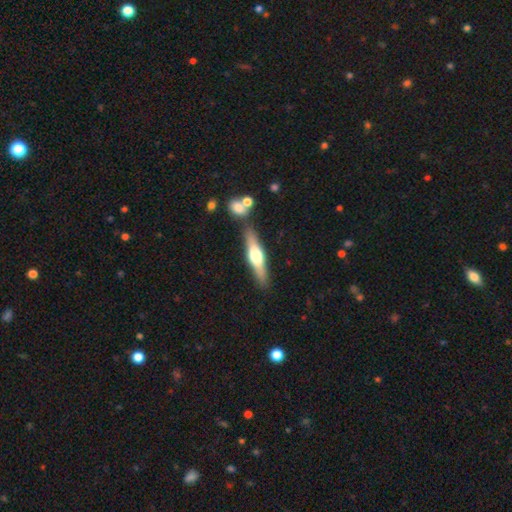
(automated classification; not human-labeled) A featured or disk galaxy (58%) viewed edge-on (93%) with a rounded central bulge (92%).

Vote fractions:
- Smooth or featured? featured or disk: 58% / smooth: 36% / star or artifact: 5%
- Edge-on disk? yes: 93% / no: 7%
- Edge-on bulge? rounded: 92% / boxy: 5% / none: 3%
- Merging? none: 81% / minor disturbance: 10% / merger: 7% / major disturbance: 3%